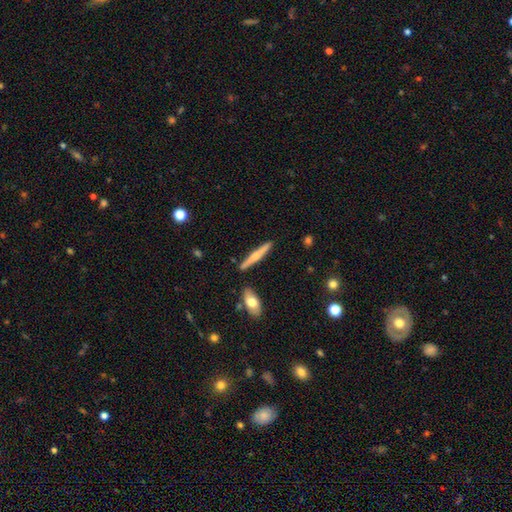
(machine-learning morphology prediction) Smooth or featured? Predicted: smooth (p=0.49). Merging? Predicted: none (p=0.86).